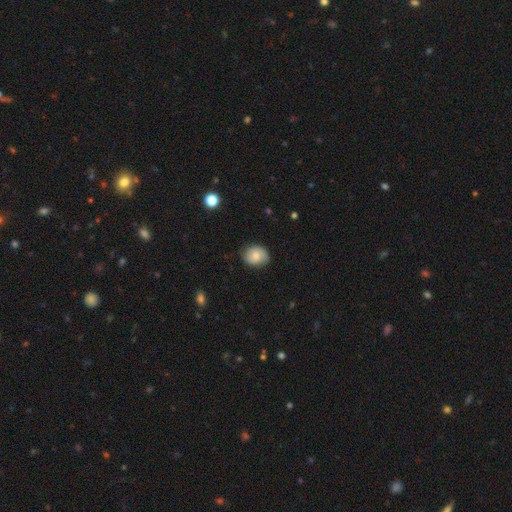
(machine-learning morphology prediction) Smooth or featured? Predicted: smooth (p=0.75). How rounded? Predicted: round (p=0.53). Merging? Predicted: none (p=0.78).